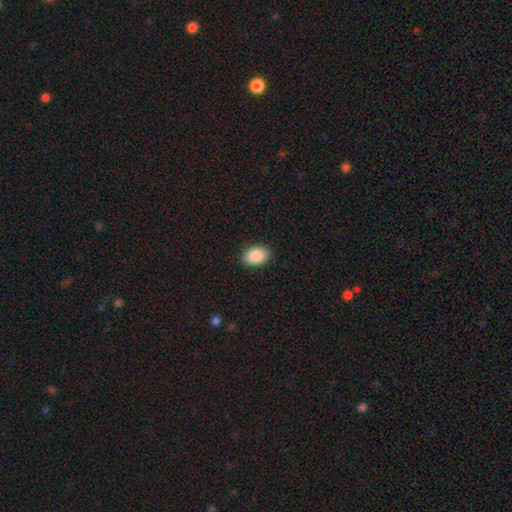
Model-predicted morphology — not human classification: smooth 89%, star or artifact 7%, featured or disk 4%. Down the decision tree: how rounded — in between (83%); merging — none (89%).